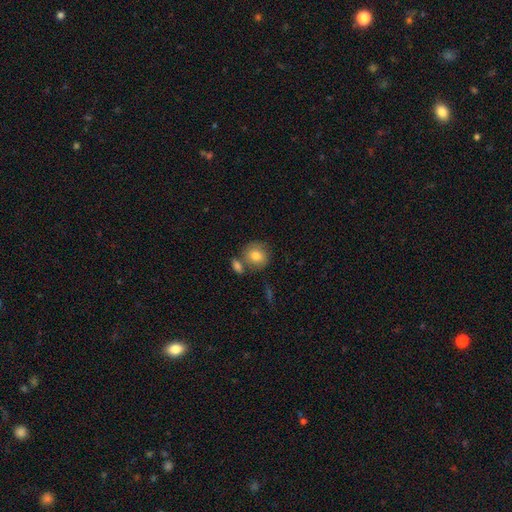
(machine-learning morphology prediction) smooth-or-featured: smooth: 78% | featured or disk: 14% | star or artifact: 7%
  how-rounded: round: 81% | in between: 17% | cigar-shaped: 1%
  merging: none: 59% | merger: 24% | minor disturbance: 13% | major disturbance: 5%